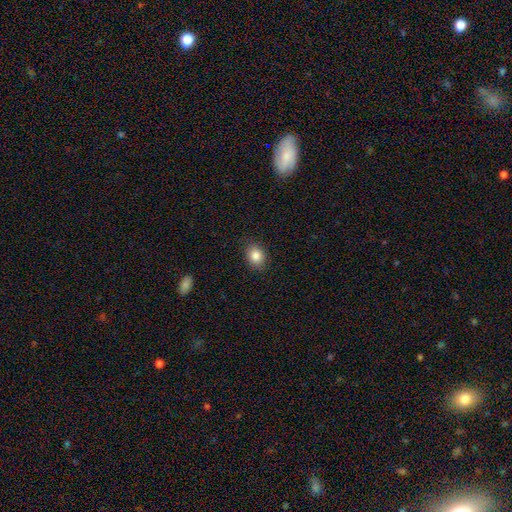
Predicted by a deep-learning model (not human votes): Q: Smooth or featured?
A: smooth (85%); runner-up: star or artifact (9%)
Q: How rounded?
A: in between (54%); runner-up: round (45%)
Q: Merging?
A: none (86%); runner-up: minor disturbance (11%)